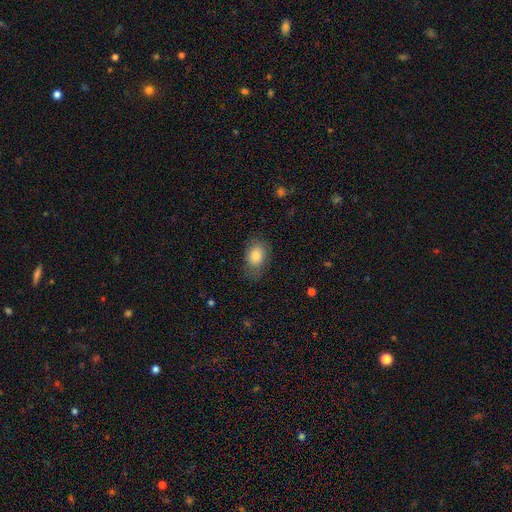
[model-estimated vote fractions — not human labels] Smooth or featured?
  - smooth: 82% *
  - featured or disk: 10%
  - star or artifact: 8%
How rounded?
  - in between: 76% *
  - round: 23%
  - cigar-shaped: 1%
Merging?
  - none: 68% *
  - minor disturbance: 23%
  - major disturbance: 8%
  - merger: 1%